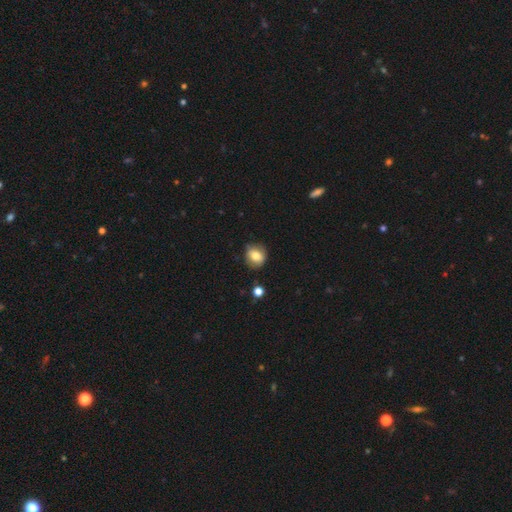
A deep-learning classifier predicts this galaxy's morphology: Smooth or featured: smooth — 75% (featured or disk — 15%)
How rounded: round — 70% (in between — 29%)
Merging: none — 77% (minor disturbance — 17%)